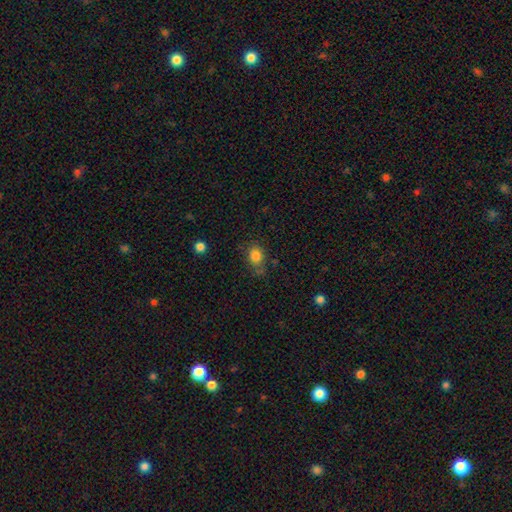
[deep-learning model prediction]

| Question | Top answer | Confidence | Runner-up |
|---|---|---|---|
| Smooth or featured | smooth | 82% | star or artifact (11%) |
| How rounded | round | 51% | in between (48%) |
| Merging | none | 69% | minor disturbance (21%) |